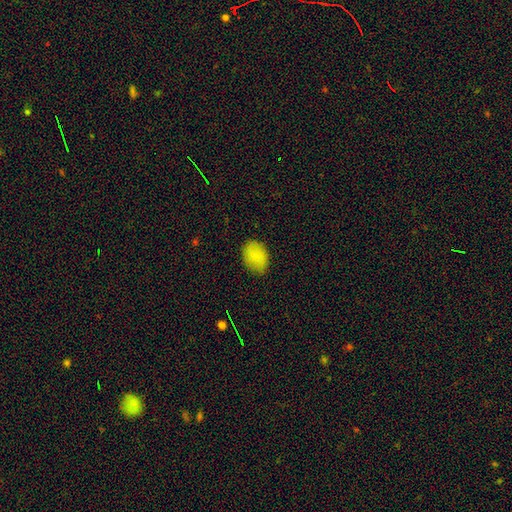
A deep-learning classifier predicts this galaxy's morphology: smooth-or-featured: smooth: 85% | star or artifact: 8% | featured or disk: 7%
  how-rounded: in between: 78% | round: 21% | cigar-shaped: 1%
  merging: none: 80% | minor disturbance: 16% | major disturbance: 3% | merger: 1%